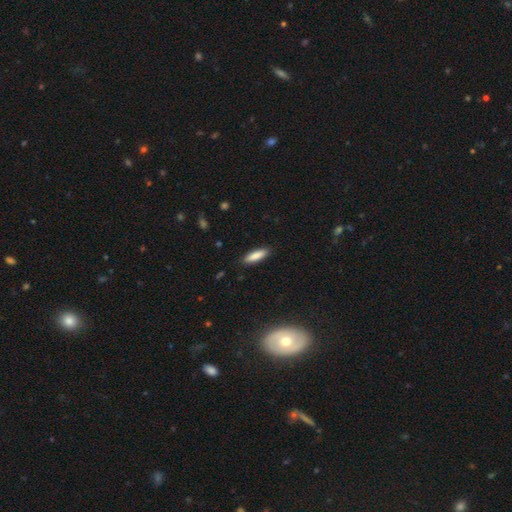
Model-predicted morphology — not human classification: smooth 84%, featured or disk 9%, star or artifact 7%. Down the decision tree: how rounded — cigar-shaped (59%); merging — none (88%).